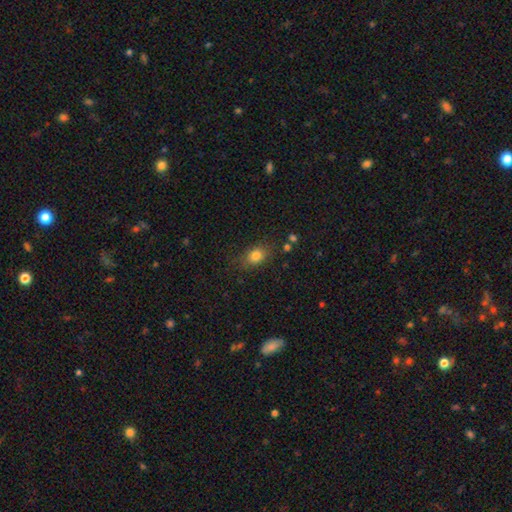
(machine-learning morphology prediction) This is clearly a smooth galaxy (81%). How rounded: likely in between (67%). Merging: likely none (77%).